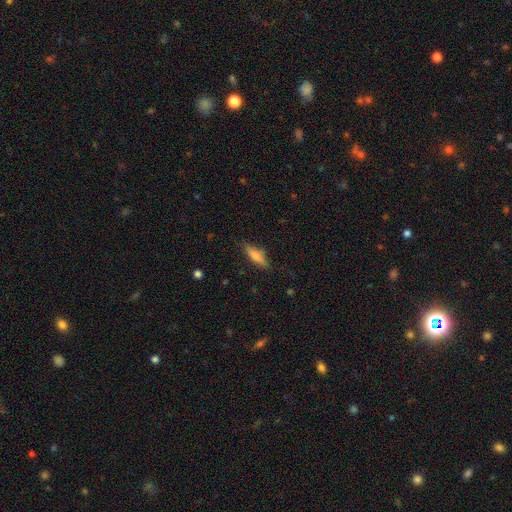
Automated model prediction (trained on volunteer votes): The model was most divided on "how rounded": cigar-shaped: 58%, in between: 39%, round: 2%. More confident: merging — none (81%); smooth or featured — smooth (65%).